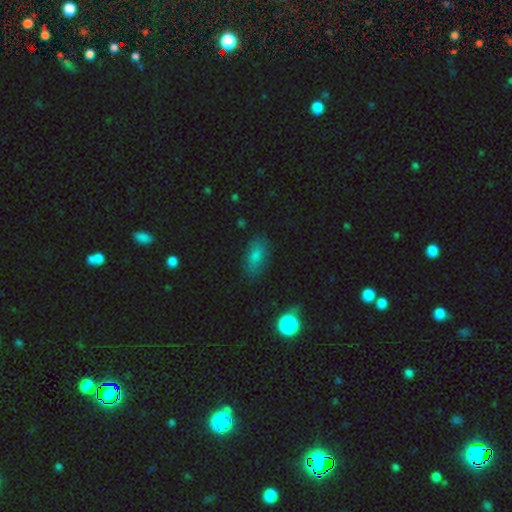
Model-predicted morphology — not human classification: Q: Smooth or featured?
A: smooth (72%); runner-up: star or artifact (15%)
Q: How rounded?
A: in between (87%); runner-up: round (8%)
Q: Merging?
A: none (80%); runner-up: minor disturbance (14%)